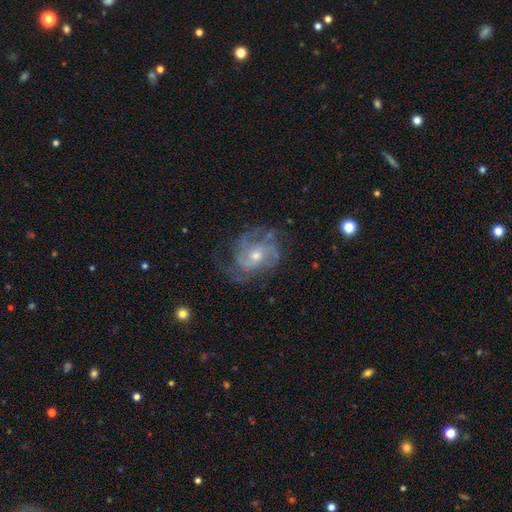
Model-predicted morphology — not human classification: Smooth or featured: featured or disk — 87% (smooth — 7%)
Edge-on disk: no — 98% (yes — 2%)
Bar: no — 66% (weak — 29%)
Spiral arms: yes — 96% (no — 4%)
Spiral winding: medium — 44% (tied with tight — 44%)
Spiral arm count: 3 — 33% (can't tell — 22%)
Bulge size: moderate — 51% (small — 44%)
Merging: none — 66% (minor disturbance — 20%)